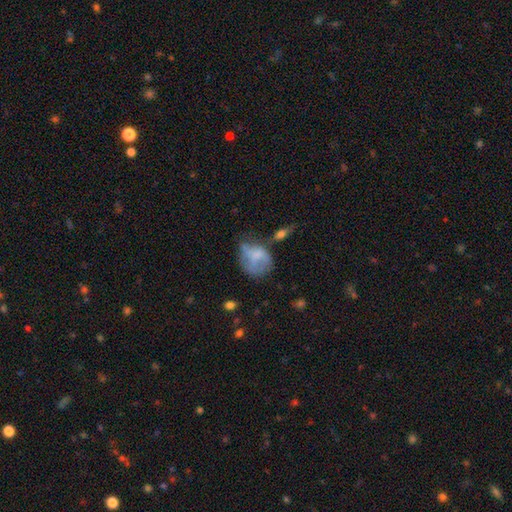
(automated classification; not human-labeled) smooth 58%, featured or disk 32%, star or artifact 10%. Down the decision tree: how rounded — round (51%); merging — none (33%).